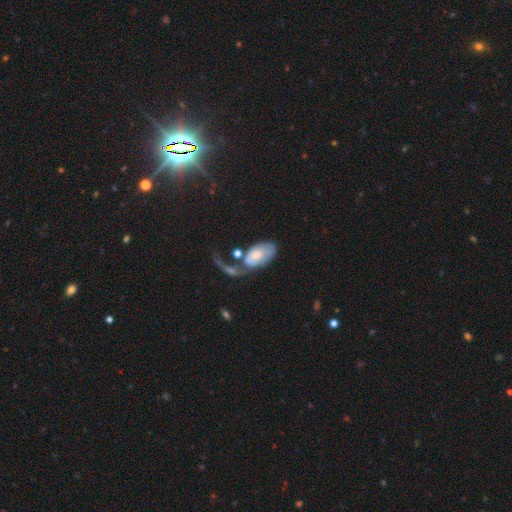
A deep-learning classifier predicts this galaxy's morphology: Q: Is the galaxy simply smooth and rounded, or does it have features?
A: featured or disk — 51%.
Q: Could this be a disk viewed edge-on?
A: no — 94%.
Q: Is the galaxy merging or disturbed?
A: major disturbance — 35%.